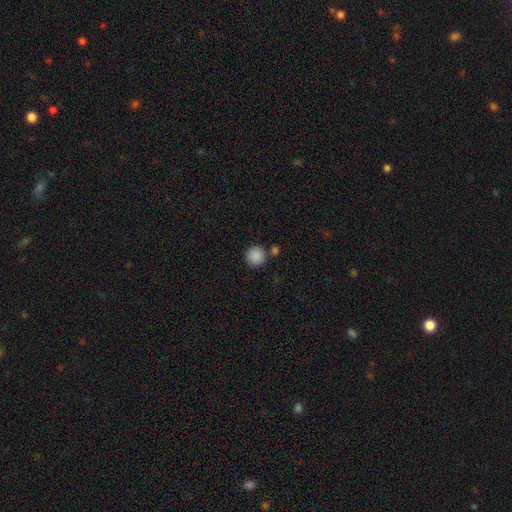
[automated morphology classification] smooth_or_featured: smooth (p=0.89) [alt: star or artifact p=0.08]
how_rounded: round (p=0.95) [alt: in between p=0.04]
merging: none (p=0.82) [alt: merger p=0.08]